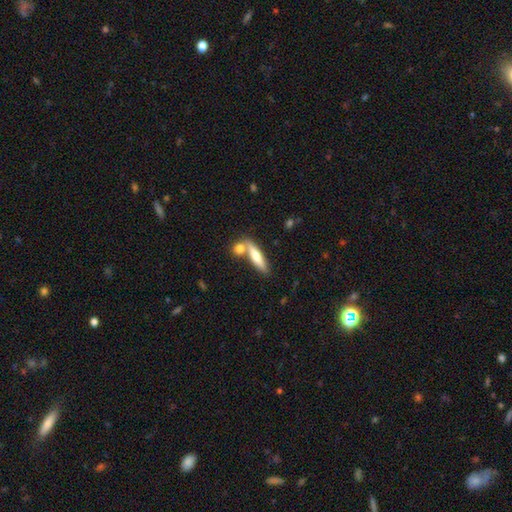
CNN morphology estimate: Smooth or featured?
  - smooth: 65% *
  - featured or disk: 29%
  - star or artifact: 6%
How rounded?
  - cigar-shaped: 76% *
  - in between: 21%
  - round: 3%
Merging?
  - none: 61% *
  - merger: 25%
  - minor disturbance: 11%
  - major disturbance: 3%